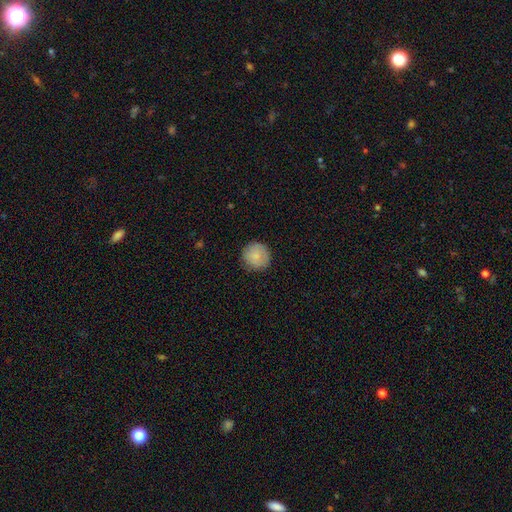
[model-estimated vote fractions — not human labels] This is clearly a smooth galaxy (84%). How rounded: clearly round (94%). Merging: clearly none (85%).